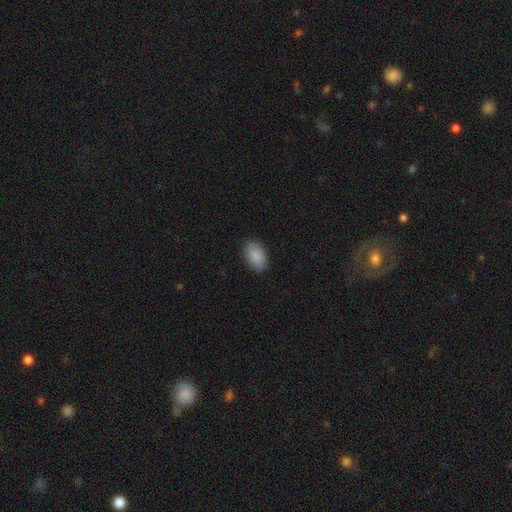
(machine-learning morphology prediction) A smooth galaxy with no disk features (89%) that is in between round and cigar-shaped (93%).

Vote fractions:
- Smooth or featured? smooth: 89% / star or artifact: 6% / featured or disk: 4%
- How rounded? in between: 93% / round: 6% / cigar-shaped: 1%
- Merging? none: 87% / minor disturbance: 10% / major disturbance: 2% / merger: 1%